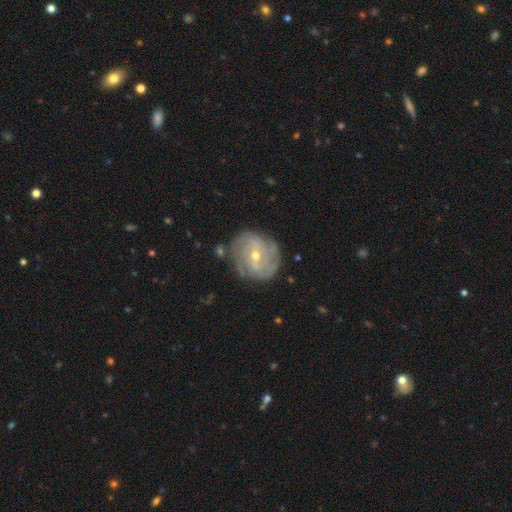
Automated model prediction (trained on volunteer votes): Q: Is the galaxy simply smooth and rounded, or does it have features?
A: featured or disk — 80%.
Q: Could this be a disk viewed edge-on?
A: no — 97%.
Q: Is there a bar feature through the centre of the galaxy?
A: weak — 48%.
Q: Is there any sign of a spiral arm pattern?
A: yes — 91%.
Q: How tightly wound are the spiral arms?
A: tight — 61%.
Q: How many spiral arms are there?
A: can't tell — 36%.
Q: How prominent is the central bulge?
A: small — 52%.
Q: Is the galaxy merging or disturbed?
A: none — 75%.